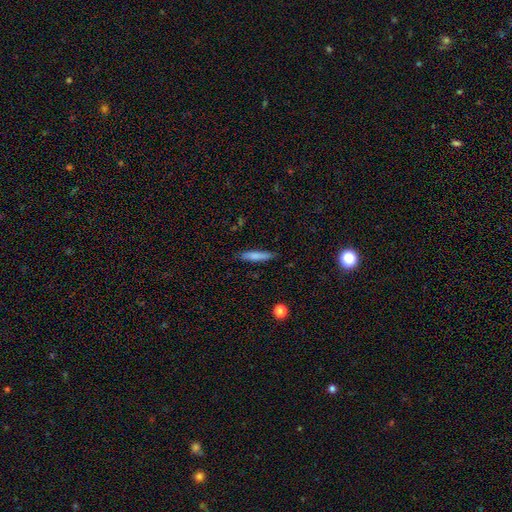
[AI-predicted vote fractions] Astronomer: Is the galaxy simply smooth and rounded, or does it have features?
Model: smooth — 77%.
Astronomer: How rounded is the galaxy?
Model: cigar-shaped — 87%.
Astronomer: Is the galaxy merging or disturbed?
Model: none — 84%.